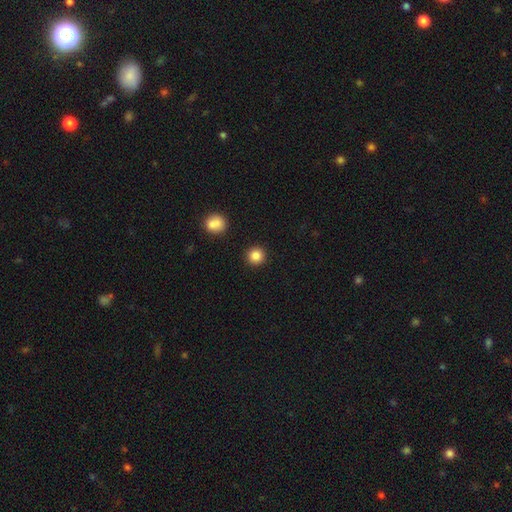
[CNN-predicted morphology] Q: Smooth or featured?
A: smooth (86%); runner-up: star or artifact (10%)
Q: How rounded?
A: round (94%); runner-up: in between (5%)
Q: Merging?
A: none (92%); runner-up: minor disturbance (5%)